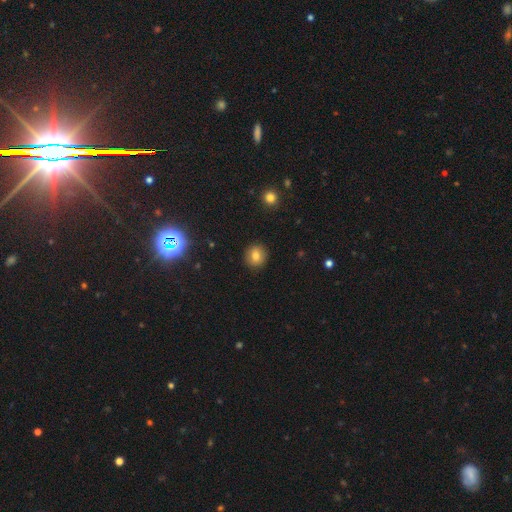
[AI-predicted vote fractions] A smooth galaxy with no disk features (78%) that is round (87%). Merging: none (91%).